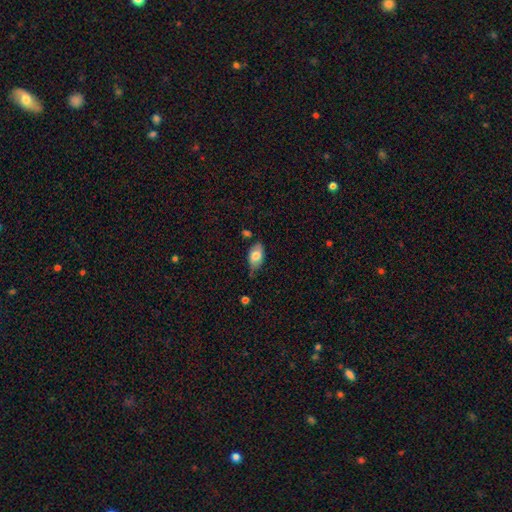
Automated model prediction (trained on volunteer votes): smooth_or_featured: smooth (p=0.73) [alt: featured or disk p=0.20]
how_rounded: in between (p=0.92) [alt: round p=0.05]
merging: none (p=0.60) [alt: minor disturbance p=0.31]